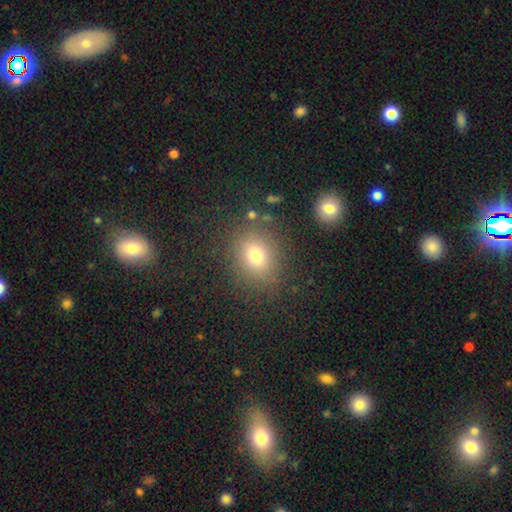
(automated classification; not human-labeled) smooth-or-featured: smooth: 74% | star or artifact: 16% | featured or disk: 10%
  how-rounded: round: 57% | in between: 42% | cigar-shaped: 1%
  merging: none: 83% | minor disturbance: 10% | major disturbance: 4% | merger: 3%